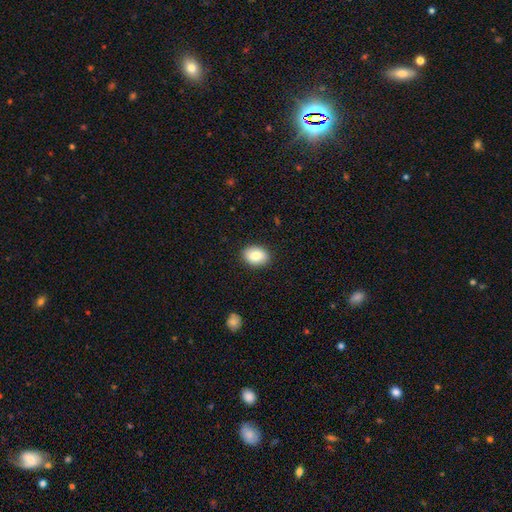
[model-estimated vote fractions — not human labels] The model was most divided on "how rounded": in between: 78%, round: 21%, cigar-shaped: 1%. More confident: merging — none (89%); smooth or featured — smooth (85%).